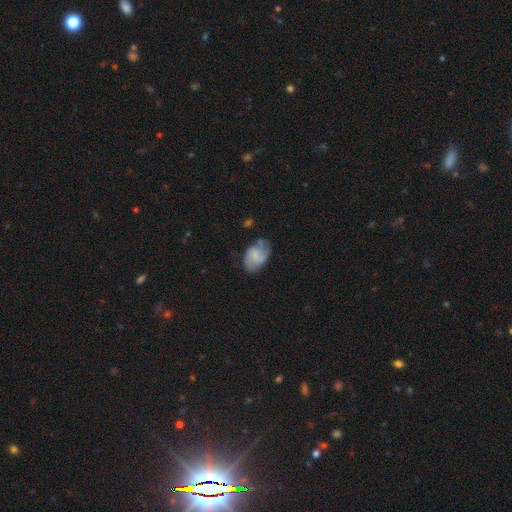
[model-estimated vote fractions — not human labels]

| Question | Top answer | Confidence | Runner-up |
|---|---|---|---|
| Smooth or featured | featured or disk | 49% | smooth (43%) |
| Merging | none | 59% | minor disturbance (27%) |